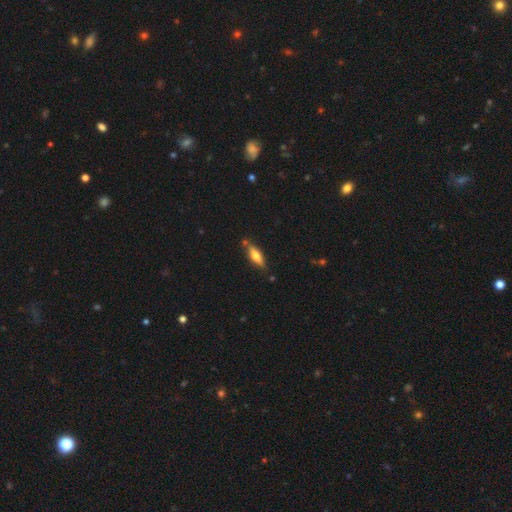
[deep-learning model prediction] This appears to be a smooth galaxy with no disk features (53%) that is cigar-shaped (55%). Merging: none (75%).